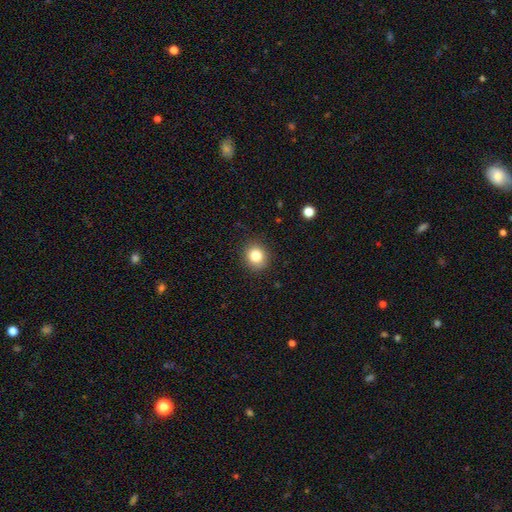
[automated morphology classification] smooth_or_featured: smooth (p=0.83) [alt: star or artifact p=0.10]
how_rounded: round (p=0.81) [alt: in between p=0.18]
merging: none (p=0.89) [alt: minor disturbance p=0.08]